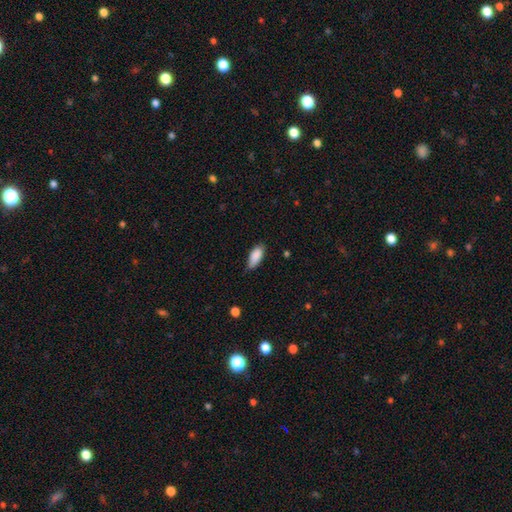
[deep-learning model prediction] The model was most divided on "merging": none: 67%, minor disturbance: 27%, major disturbance: 4%, merger: 1%. More confident: smooth or featured — smooth (88%); how rounded — in between (84%).